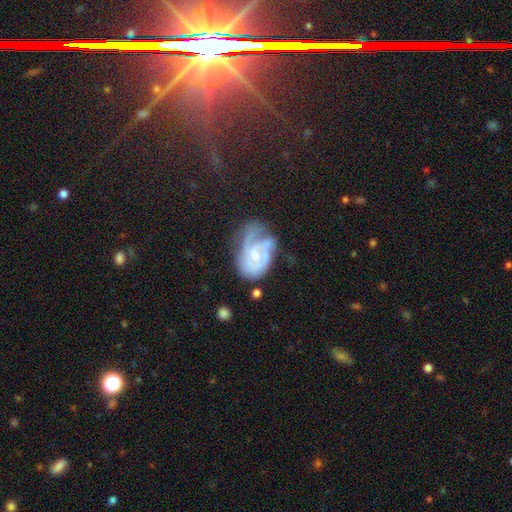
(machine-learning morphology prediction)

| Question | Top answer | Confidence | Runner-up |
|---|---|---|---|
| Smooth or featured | featured or disk | 73% | smooth (19%) |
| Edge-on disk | no | 98% | yes (2%) |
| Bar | no | 61% | weak (33%) |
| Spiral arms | yes | 86% | no (14%) |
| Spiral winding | tight | 46% | medium (38%) |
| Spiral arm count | can't tell | 31% | 2 (30%) |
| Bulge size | small | 57% | moderate (29%) |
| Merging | none | 34% | major disturbance (31%) |